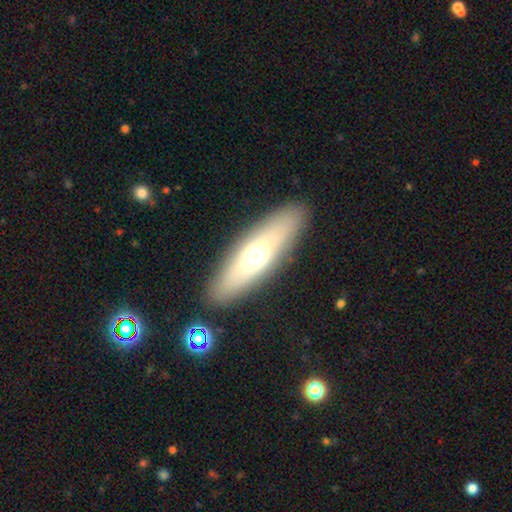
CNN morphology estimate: type=smooth (54%); roundness=cigar-shaped (57%); merging=none (89%).